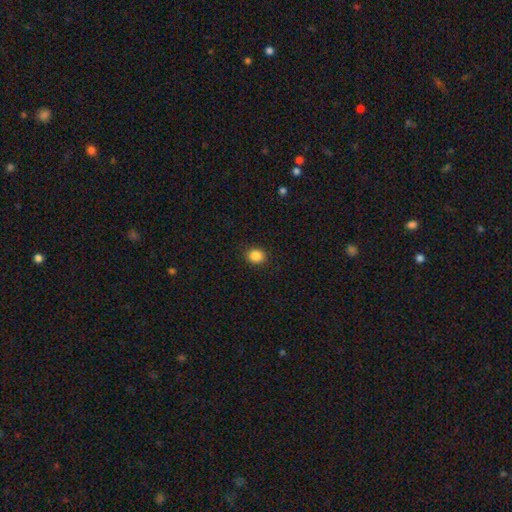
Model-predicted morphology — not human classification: smooth 87%, star or artifact 10%, featured or disk 4%. Down the decision tree: how rounded — round (62%); merging — none (90%).